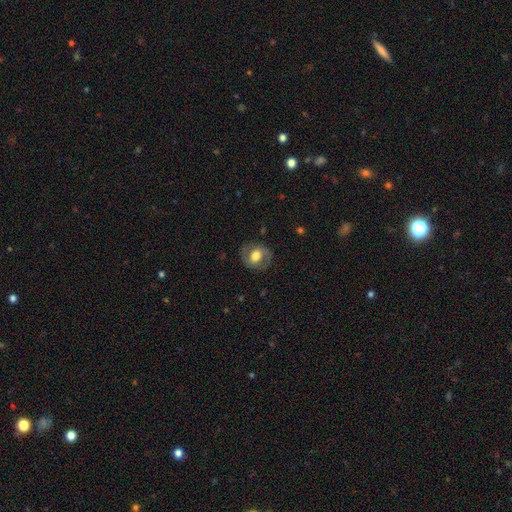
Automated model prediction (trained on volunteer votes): Smooth or featured: featured or disk — 47% (smooth — 46%)
Merging: none — 78% (minor disturbance — 14%)